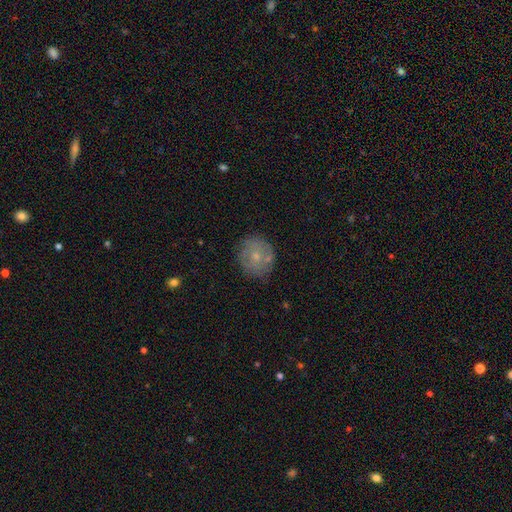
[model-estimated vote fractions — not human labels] Smooth or featured: smooth — 53% (featured or disk — 37%)
How rounded: round — 83% (in between — 16%)
Merging: none — 75% (minor disturbance — 16%)